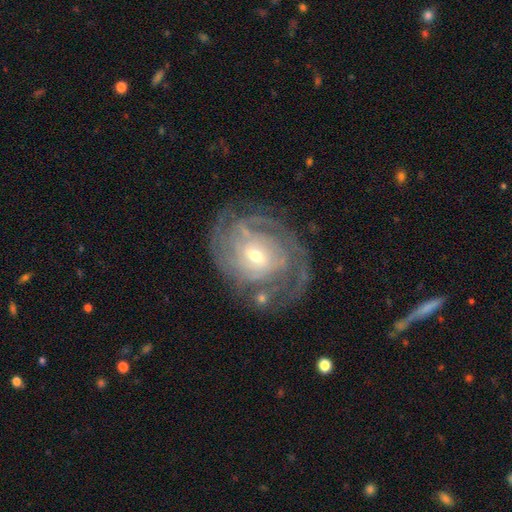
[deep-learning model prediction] Smooth or featured? featured or disk (87%)
Edge-on disk? no (97%)
Bar? no (47%)
Spiral arms? yes (95%)
Spiral winding? tight (72%)
Spiral arm count? can't tell (34%)
Bulge size? small (51%)
Merging? none (68%)